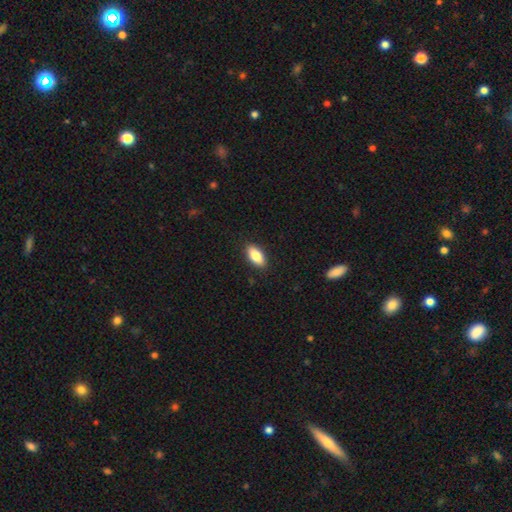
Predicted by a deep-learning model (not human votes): Smooth or featured? Predicted: smooth (p=0.83). How rounded? Predicted: in between (p=0.88). Merging? Predicted: none (p=0.89).